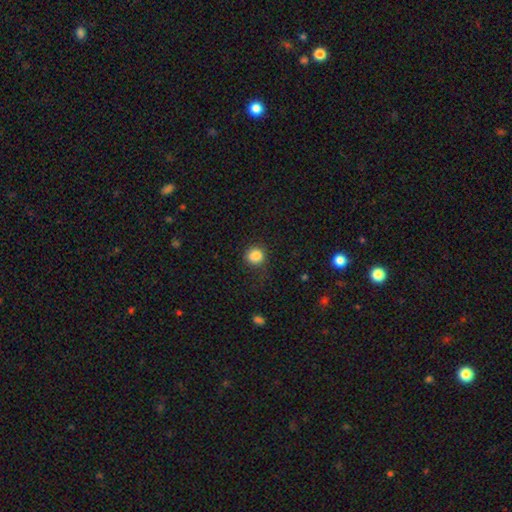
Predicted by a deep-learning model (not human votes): smooth 85%, star or artifact 11%, featured or disk 4%. Down the decision tree: how rounded — round (84%); merging — none (76%).